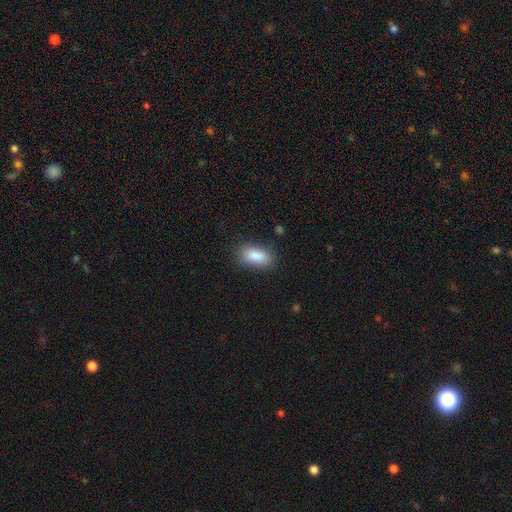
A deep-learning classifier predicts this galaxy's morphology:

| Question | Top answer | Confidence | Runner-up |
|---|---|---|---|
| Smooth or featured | smooth | 88% | star or artifact (7%) |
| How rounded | in between | 88% | cigar-shaped (8%) |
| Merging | none | 82% | minor disturbance (13%) |